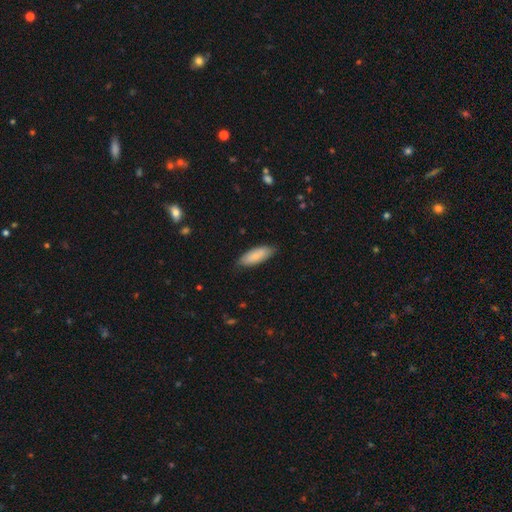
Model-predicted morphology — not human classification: smooth 76%, featured or disk 19%, star or artifact 6%. Down the decision tree: how rounded — in between (79%); merging — none (79%).